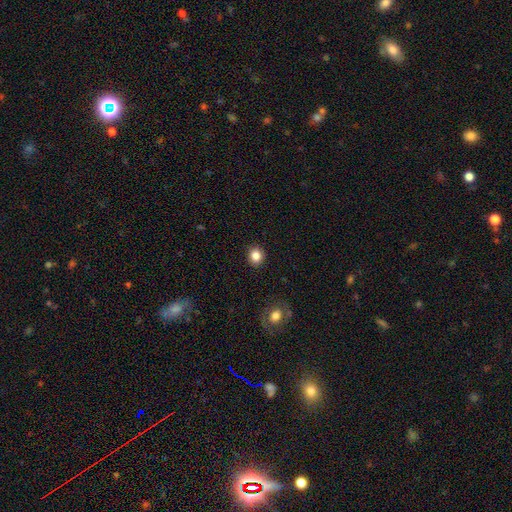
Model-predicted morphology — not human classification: Smooth or featured? Predicted: smooth (p=0.84). How rounded? Predicted: round (p=0.82). Merging? Predicted: none (p=0.91).